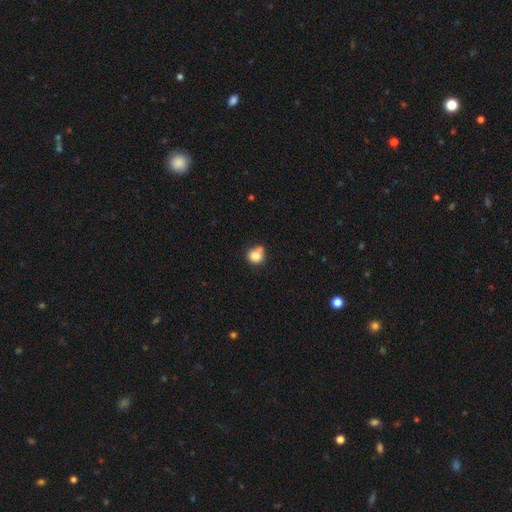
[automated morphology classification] Smooth or featured? smooth (83%)
How rounded? round (85%)
Merging? none (58%)